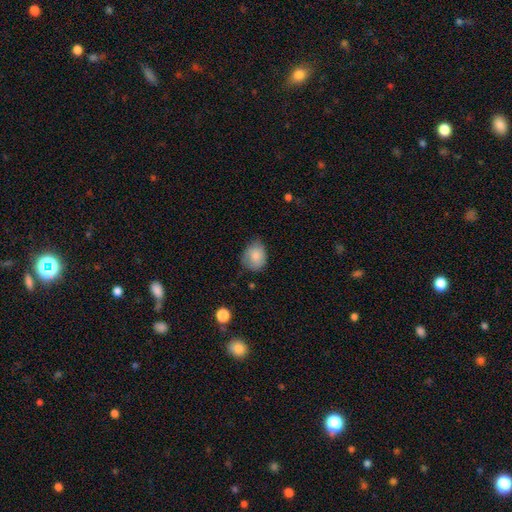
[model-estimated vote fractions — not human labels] smooth-or-featured: smooth: 82% | featured or disk: 10% | star or artifact: 8%
  how-rounded: round: 50% | in between: 49% | cigar-shaped: 1%
  merging: none: 59% | minor disturbance: 33% | major disturbance: 7% | merger: 2%